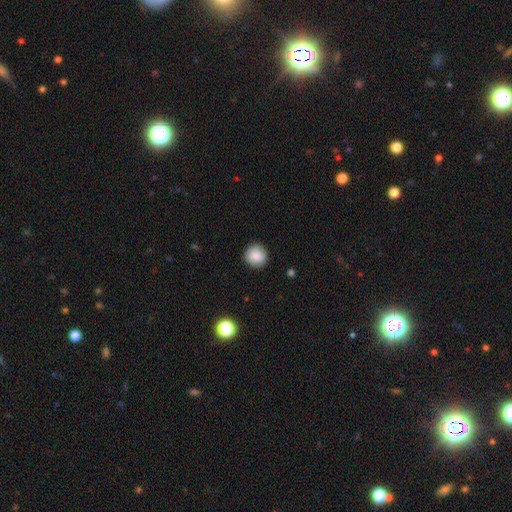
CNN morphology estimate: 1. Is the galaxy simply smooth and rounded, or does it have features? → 87% smooth, 8% star or artifact, 5% featured or disk.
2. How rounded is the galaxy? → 93% round, 6% in between, 1% cigar-shaped.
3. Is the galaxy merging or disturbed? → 90% none, 7% minor disturbance, 2% major disturbance, 1% merger.